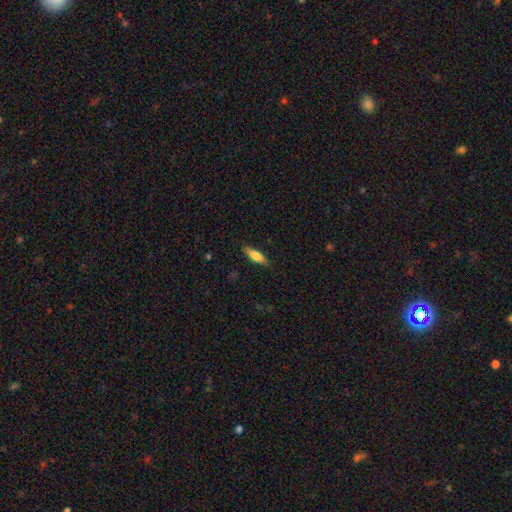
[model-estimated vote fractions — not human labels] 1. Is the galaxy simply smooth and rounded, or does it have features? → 73% smooth, 21% featured or disk, 6% star or artifact.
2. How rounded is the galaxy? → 53% cigar-shaped, 45% in between, 2% round.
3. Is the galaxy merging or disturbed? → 83% none, 13% minor disturbance, 3% major disturbance, 1% merger.